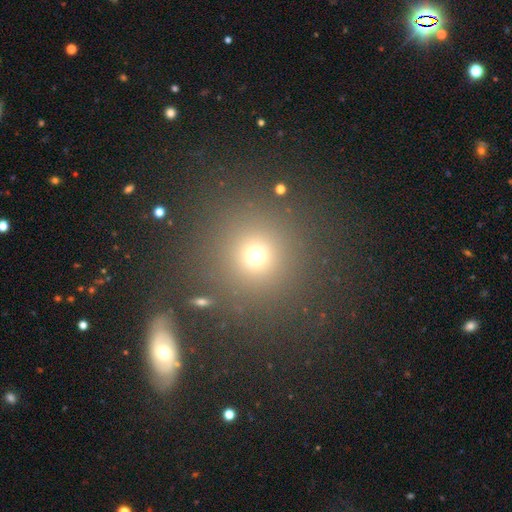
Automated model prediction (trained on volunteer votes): Q: Smooth or featured?
A: smooth (68%); runner-up: star or artifact (24%)
Q: How rounded?
A: round (93%); runner-up: in between (6%)
Q: Merging?
A: none (85%); runner-up: minor disturbance (7%)